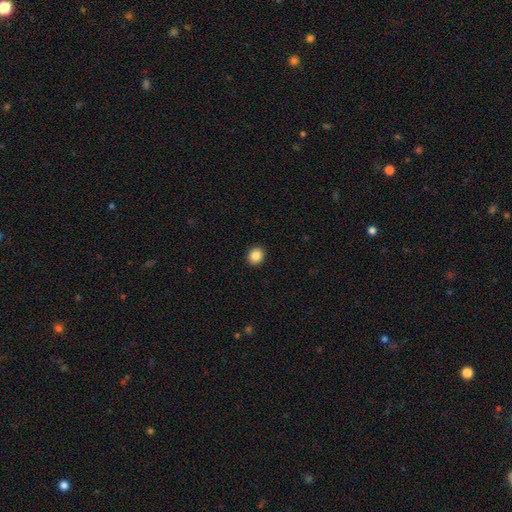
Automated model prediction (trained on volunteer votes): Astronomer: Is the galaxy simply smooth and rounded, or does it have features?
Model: smooth — 87%.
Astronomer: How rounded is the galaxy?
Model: round — 72%.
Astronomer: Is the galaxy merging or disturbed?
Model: none — 92%.